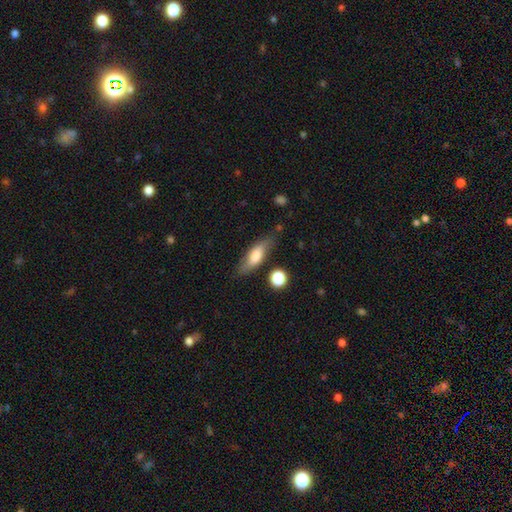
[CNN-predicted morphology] Smooth or featured? smooth (68%)
How rounded? in between (56%)
Merging? none (75%)